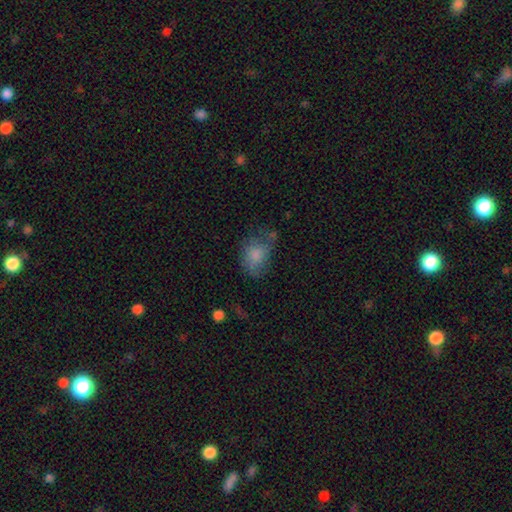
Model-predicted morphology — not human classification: Smooth or featured: smooth — 73% (featured or disk — 16%)
How rounded: in between — 69% (round — 30%)
Merging: none — 46% (minor disturbance — 30%)